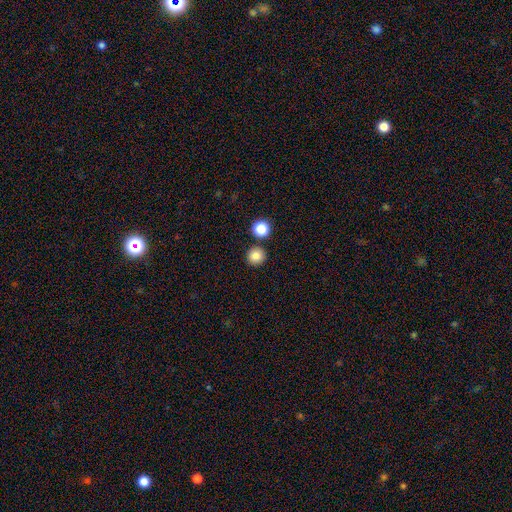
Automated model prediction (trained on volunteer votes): The model was most divided on "smooth or featured": smooth: 84%, star or artifact: 11%, featured or disk: 5%. More confident: how rounded — round (93%); merging — none (87%).